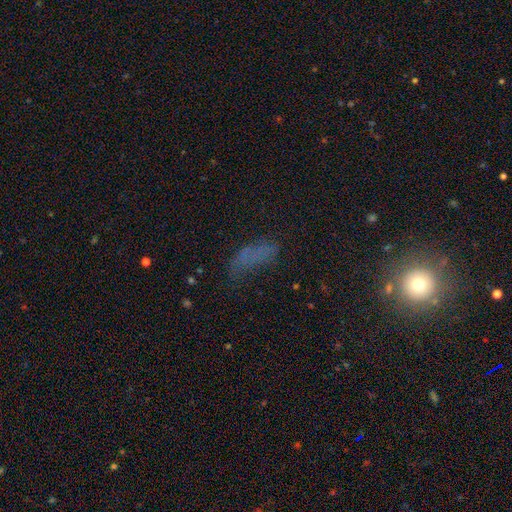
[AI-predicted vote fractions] This appears to be a smooth galaxy with no disk features (50%) that is in between round and cigar-shaped (68%). Merging: none (43%).